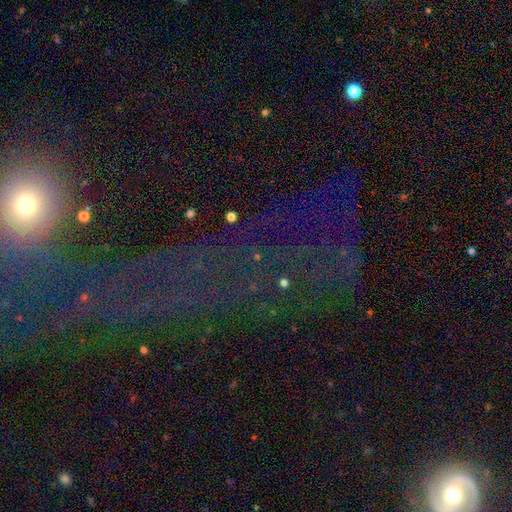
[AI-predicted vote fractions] Q: Smooth or featured?
A: star or artifact (58%); runner-up: smooth (22%)